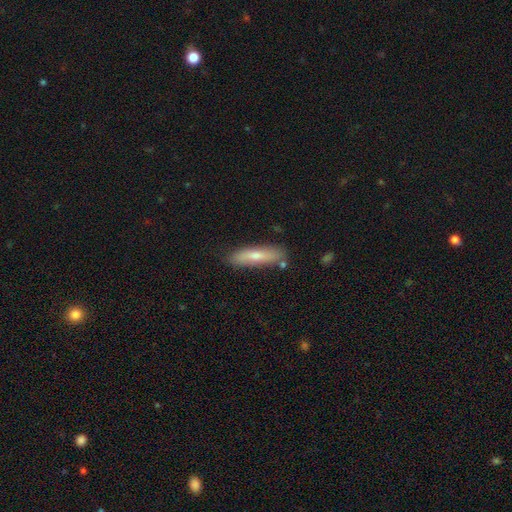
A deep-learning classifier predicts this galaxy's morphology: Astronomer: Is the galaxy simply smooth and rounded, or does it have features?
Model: smooth — 66%.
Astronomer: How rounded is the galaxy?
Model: cigar-shaped — 76%.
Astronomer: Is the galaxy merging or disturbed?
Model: none — 80%.